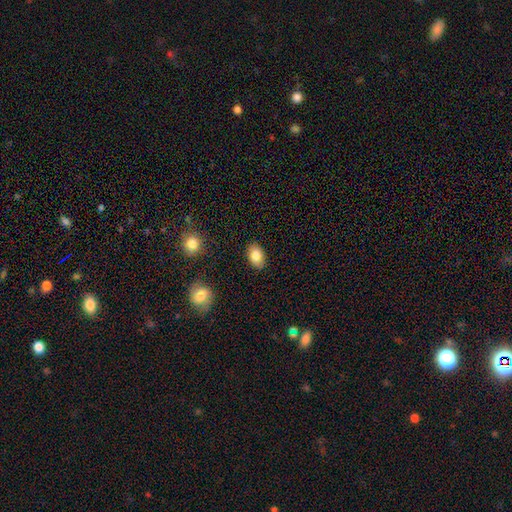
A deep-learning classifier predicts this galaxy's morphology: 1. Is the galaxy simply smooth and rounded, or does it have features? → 83% smooth, 9% featured or disk, 8% star or artifact.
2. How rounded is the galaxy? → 84% in between, 15% round, 1% cigar-shaped.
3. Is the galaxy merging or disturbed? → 87% none, 10% minor disturbance, 2% major disturbance, 2% merger.